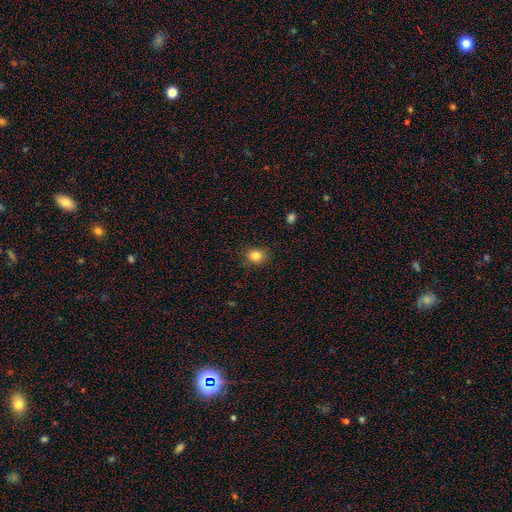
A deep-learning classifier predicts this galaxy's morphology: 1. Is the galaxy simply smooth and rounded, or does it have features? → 83% smooth, 11% star or artifact, 6% featured or disk.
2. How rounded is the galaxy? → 70% round, 29% in between, 1% cigar-shaped.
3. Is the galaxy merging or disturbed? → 87% none, 10% minor disturbance, 3% major disturbance, 1% merger.